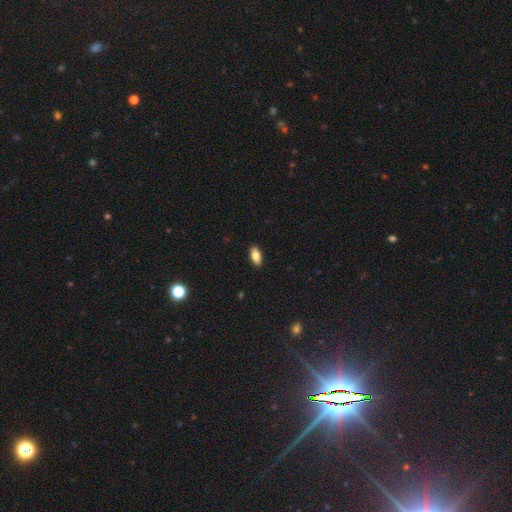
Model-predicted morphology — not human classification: Smooth or featured? smooth (83%)
How rounded? in between (89%)
Merging? none (90%)